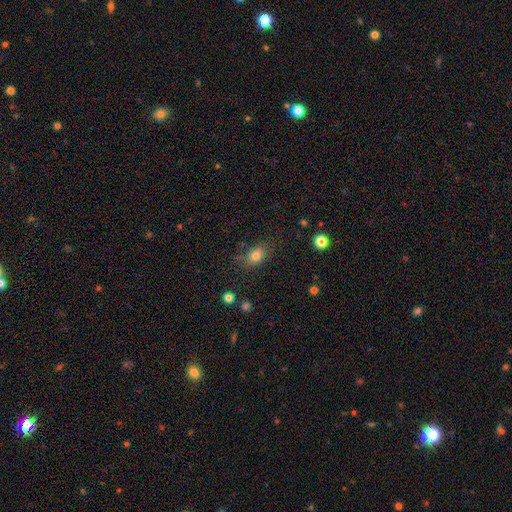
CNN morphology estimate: smooth 78%, star or artifact 12%, featured or disk 11%. Down the decision tree: how rounded — in between (73%); merging — none (74%).